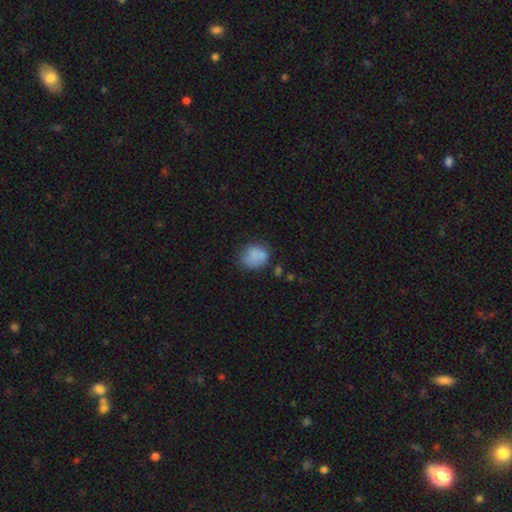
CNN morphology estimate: The model was most divided on "merging": none: 53%, minor disturbance: 25%, major disturbance: 11%, merger: 10%. More confident: smooth or featured — smooth (74%); how rounded — round (66%).